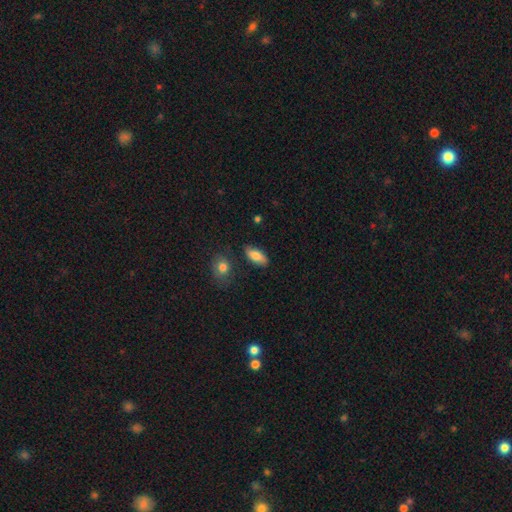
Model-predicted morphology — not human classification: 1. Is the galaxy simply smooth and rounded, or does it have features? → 81% smooth, 12% featured or disk, 7% star or artifact.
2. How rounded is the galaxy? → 86% in between, 11% cigar-shaped, 3% round.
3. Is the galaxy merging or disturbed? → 80% none, 13% minor disturbance, 3% merger, 3% major disturbance.